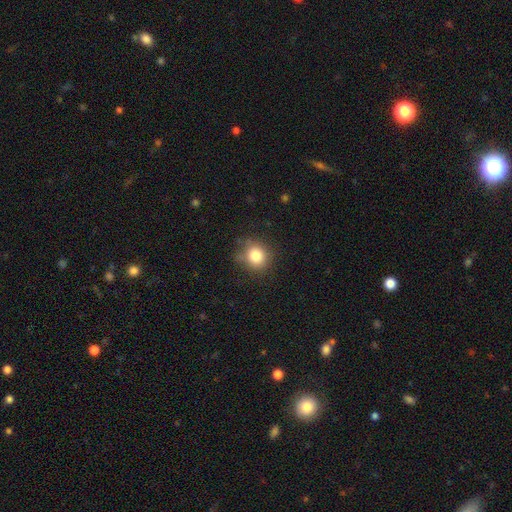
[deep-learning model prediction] This appears to be a smooth galaxy with no disk features (83%) that is round (80%). Merging: none (77%).